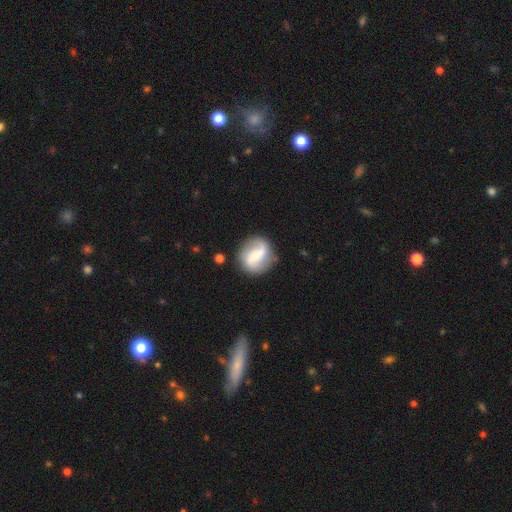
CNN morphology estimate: featured or disk 65%, smooth 28%, star or artifact 7%. Down the decision tree: edge-on disk — no (97%); bar — weak (40%); spiral arms — yes (87%); spiral arm count — 2 (86%); spiral winding — loose (60%); bulge size — small (48%); merging — none (77%).